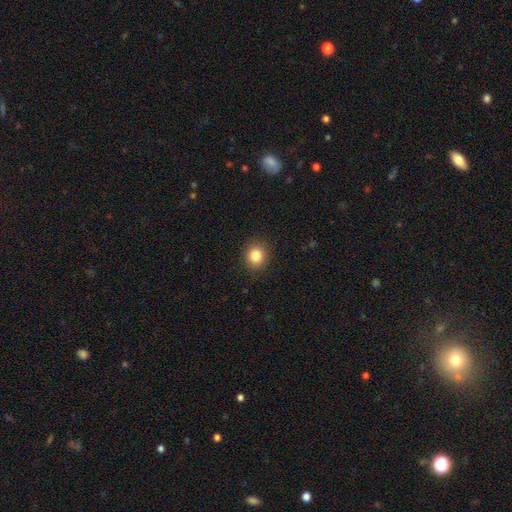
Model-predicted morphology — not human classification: A smooth galaxy with no disk features (84%) that is round (76%). Merging: none (90%).